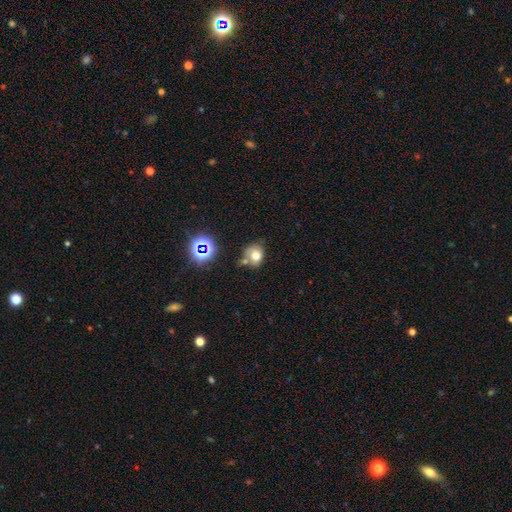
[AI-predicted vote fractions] Smooth or featured: smooth — 70% (star or artifact — 17%)
How rounded: round — 66% (in between — 33%)
Merging: none — 54% (minor disturbance — 21%)